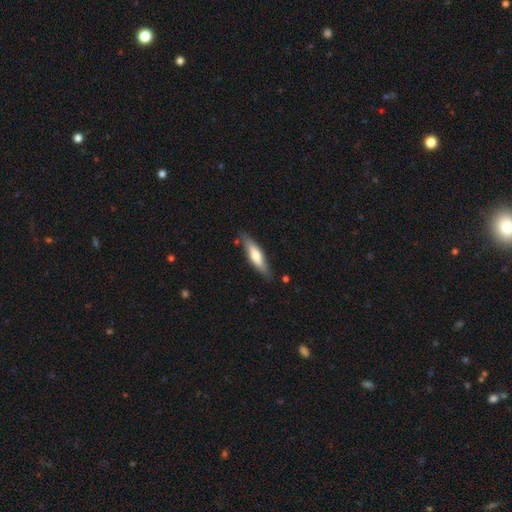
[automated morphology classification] Smooth or featured? smooth (59%)
How rounded? cigar-shaped (67%)
Merging? none (79%)